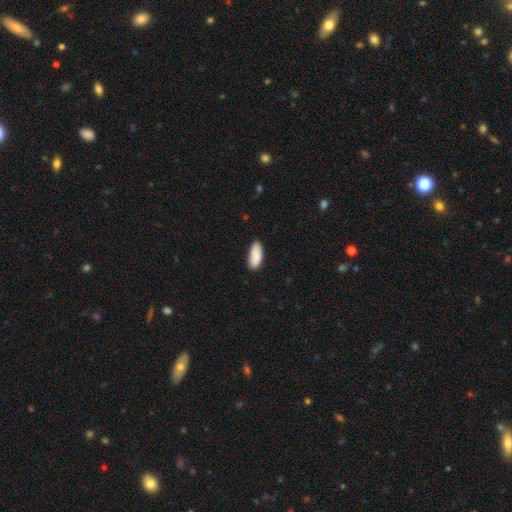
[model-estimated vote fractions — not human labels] smooth 89%, star or artifact 6%, featured or disk 5%. Down the decision tree: how rounded — in between (88%); merging — none (84%).